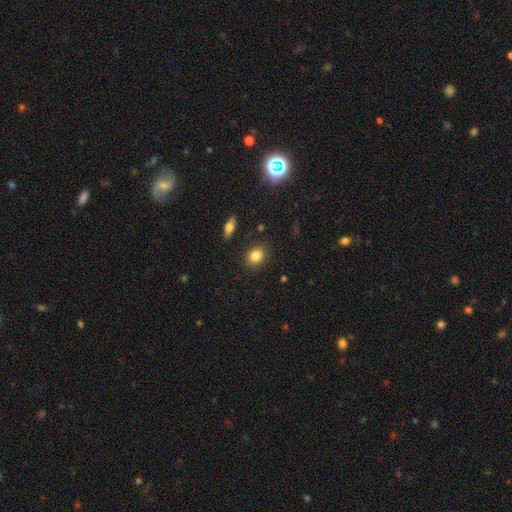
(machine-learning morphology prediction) smooth 84%, star or artifact 9%, featured or disk 7%. Down the decision tree: how rounded — in between (50%); merging — none (87%).